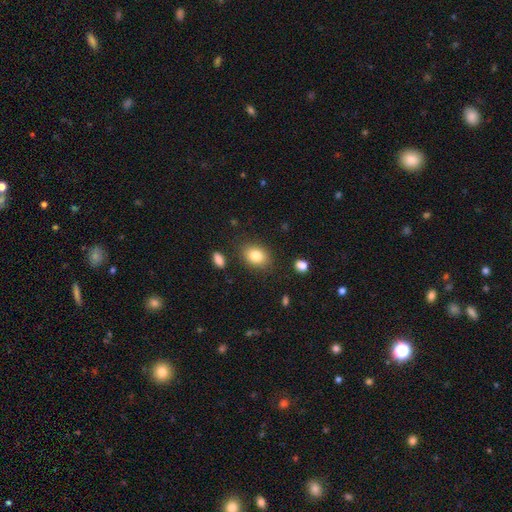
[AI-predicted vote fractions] Smooth or featured? Predicted: smooth (p=0.83). How rounded? Predicted: in between (p=0.66). Merging? Predicted: none (p=0.83).